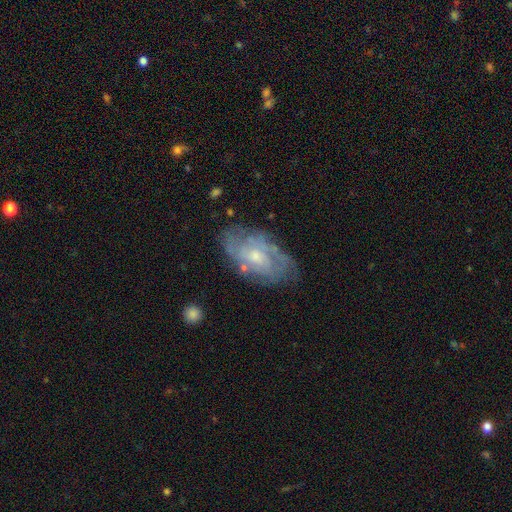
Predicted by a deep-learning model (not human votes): Smooth or featured?
  - featured or disk: 74% *
  - smooth: 19%
  - star or artifact: 7%
Edge-on disk?
  - no: 94% *
  - yes: 6%
Bar?
  - no: 70% *
  - weak: 27%
  - strong: 4%
Spiral arms?
  - yes: 80% *
  - no: 20%
Spiral winding?
  - tight: 55% *
  - medium: 34%
  - loose: 11%
Spiral arm count?
  - can't tell: 52% *
  - 2: 22%
  - 3: 12%
  - 4: 6%
  - 1: 4%
  - more than 4: 4%
Bulge size?
  - moderate: 48% *
  - small: 45%
  - none: 4%
  - large: 3%
  - dominant: 1%
Merging?
  - none: 69% *
  - minor disturbance: 21%
  - major disturbance: 8%
  - merger: 2%